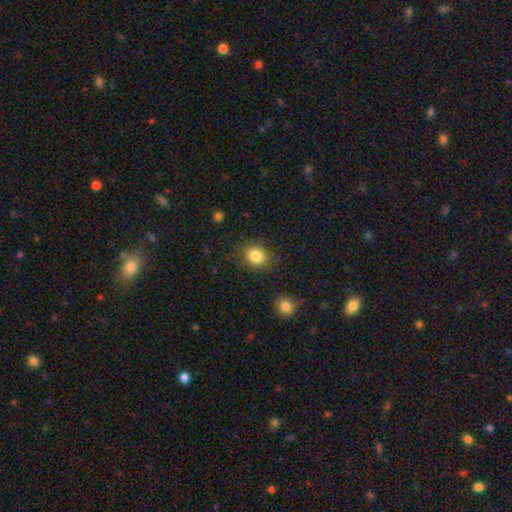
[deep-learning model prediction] This is clearly a smooth galaxy (84%). How rounded: likely round (70%). Merging: clearly none (84%).